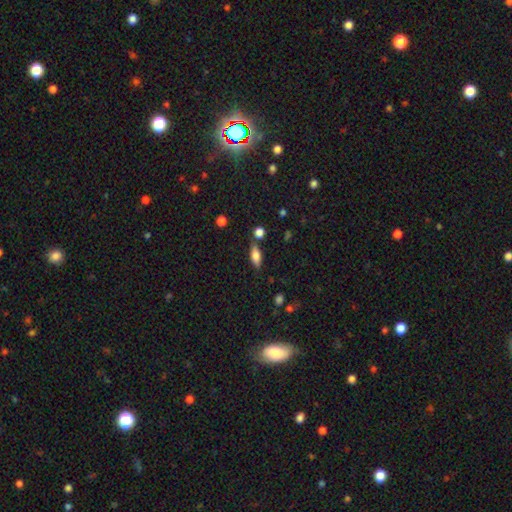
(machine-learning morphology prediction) Overall: smooth (71%). How rounded: in between (73%). Merging: none (75%).